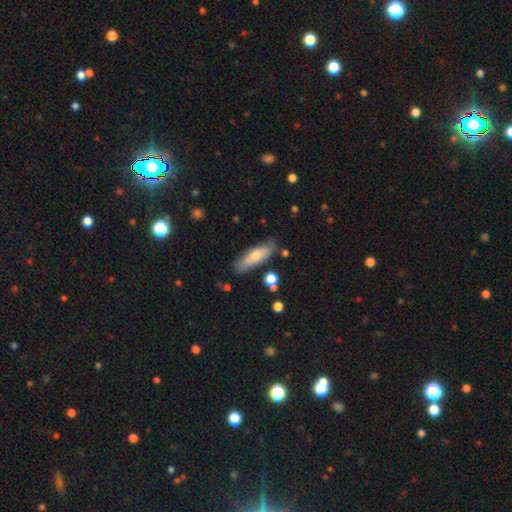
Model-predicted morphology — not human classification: type=smooth (68%); roundness=cigar-shaped (52%); merging=none (76%).